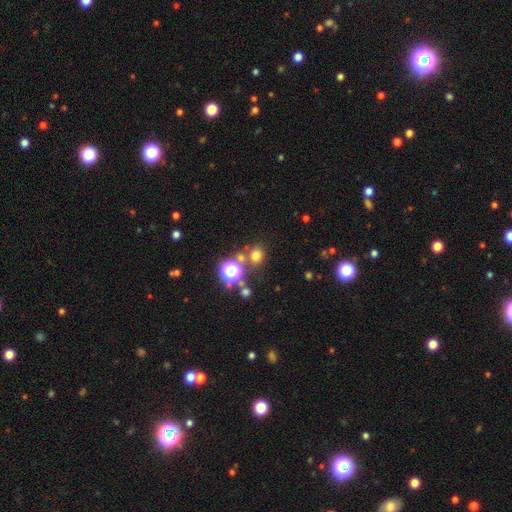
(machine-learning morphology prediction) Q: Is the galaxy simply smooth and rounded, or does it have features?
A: smooth — 66%.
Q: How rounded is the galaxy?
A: round — 76%.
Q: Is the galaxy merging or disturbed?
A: none — 73%.